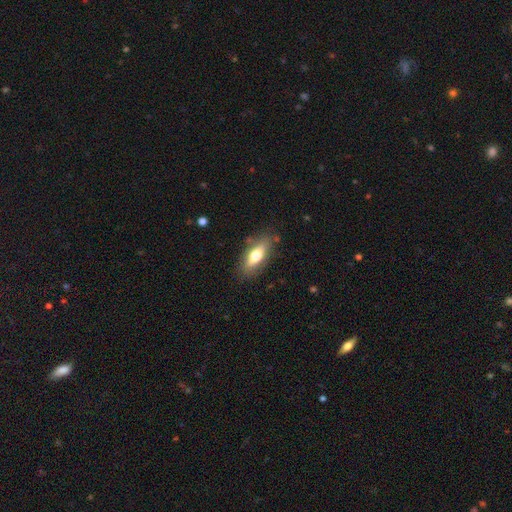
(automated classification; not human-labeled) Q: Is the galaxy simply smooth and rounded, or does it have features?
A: smooth — 67%.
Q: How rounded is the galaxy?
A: in between — 74%.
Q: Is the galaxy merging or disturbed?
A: none — 81%.